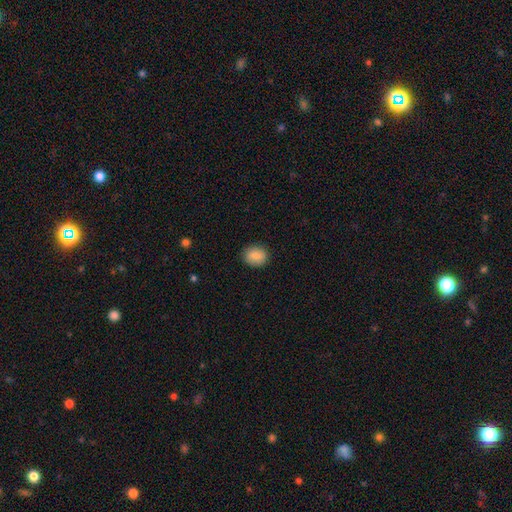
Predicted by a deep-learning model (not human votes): Q: Smooth or featured?
A: smooth (84%); runner-up: featured or disk (8%)
Q: How rounded?
A: round (56%); runner-up: in between (43%)
Q: Merging?
A: none (86%); runner-up: minor disturbance (11%)